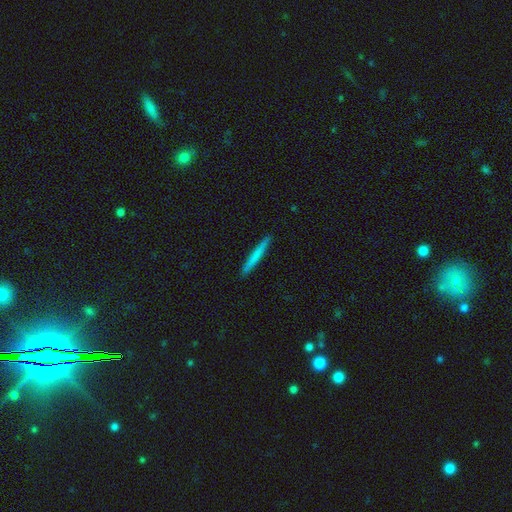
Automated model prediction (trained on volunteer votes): Smooth or featured? Predicted: smooth (p=0.69). How rounded? Predicted: cigar-shaped (p=0.97). Merging? Predicted: none (p=0.93).